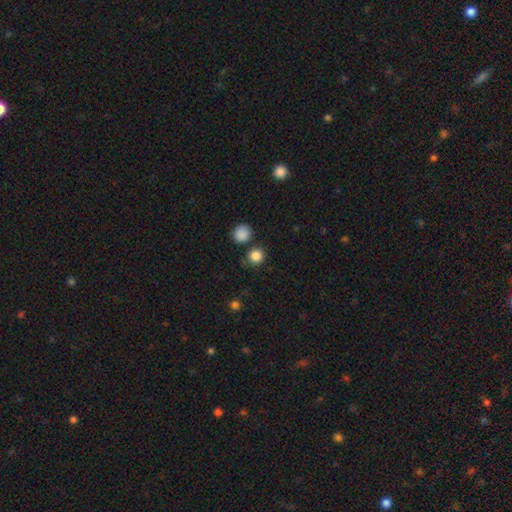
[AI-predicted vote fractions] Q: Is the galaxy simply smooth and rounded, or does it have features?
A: smooth — 85%.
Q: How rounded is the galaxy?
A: round — 92%.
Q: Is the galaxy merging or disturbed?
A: none — 80%.